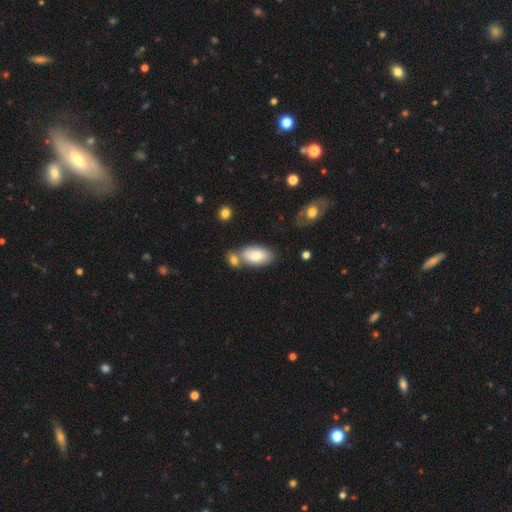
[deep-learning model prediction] smooth-or-featured: smooth: 79% | featured or disk: 15% | star or artifact: 6%
  how-rounded: in between: 94% | round: 3% | cigar-shaped: 3%
  merging: none: 53% | merger: 29% | minor disturbance: 14% | major disturbance: 4%